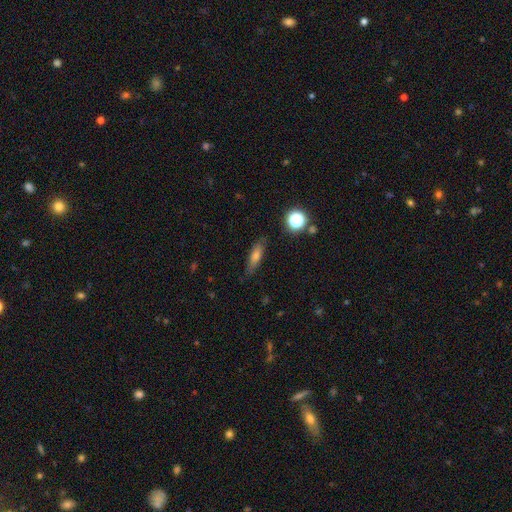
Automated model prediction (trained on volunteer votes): smooth_or_featured: smooth (p=0.64) [alt: featured or disk p=0.25]
how_rounded: cigar-shaped (p=0.57) [alt: in between p=0.37]
merging: none (p=0.82) [alt: minor disturbance p=0.13]